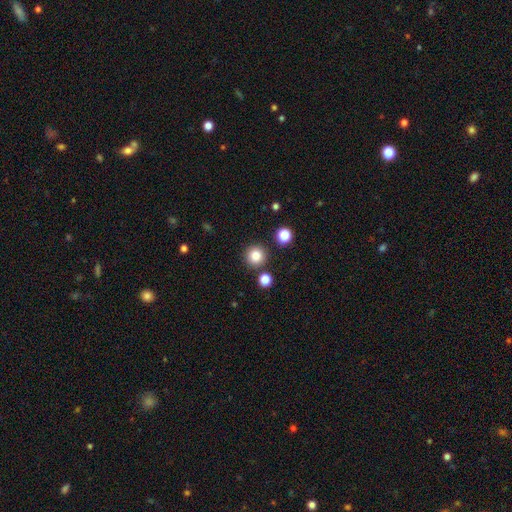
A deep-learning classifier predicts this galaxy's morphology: A smooth galaxy with no disk features (82%) that is round (95%).

Vote fractions:
- Smooth or featured? smooth: 82% / star or artifact: 12% / featured or disk: 6%
- How rounded? round: 95% / in between: 4% / cigar-shaped: 1%
- Merging? none: 87% / minor disturbance: 6% / merger: 5% / major disturbance: 2%